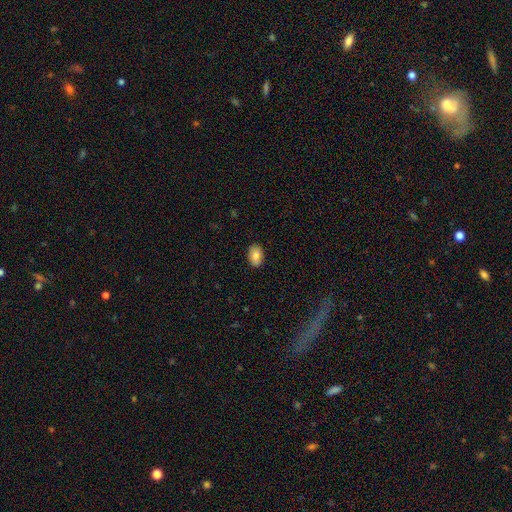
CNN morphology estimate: Overall: smooth (79%). How rounded: in between (88%). Merging: none (87%).